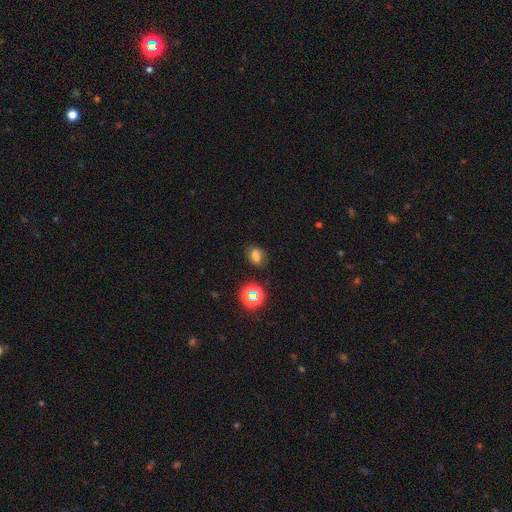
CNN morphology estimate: smooth_or_featured: smooth (p=0.66) [alt: star or artifact p=0.21]
how_rounded: in between (p=0.66) [alt: round p=0.32]
merging: none (p=0.75) [alt: minor disturbance p=0.17]